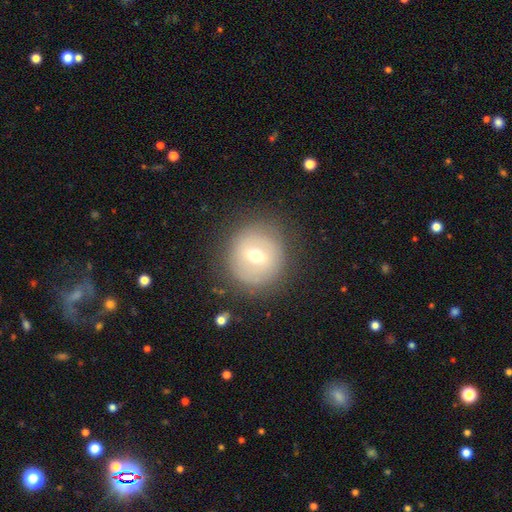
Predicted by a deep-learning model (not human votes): Smooth or featured: smooth — 50% (featured or disk — 40%)
Merging: none — 82% (minor disturbance — 11%)